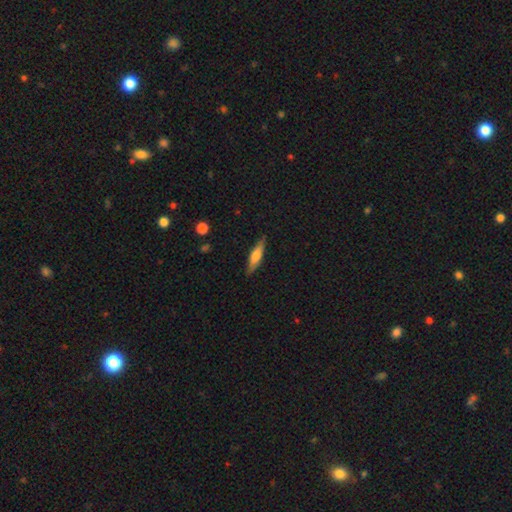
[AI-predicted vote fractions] This appears to be a smooth galaxy with no disk features (54%) that is cigar-shaped (74%). Merging: none (85%).